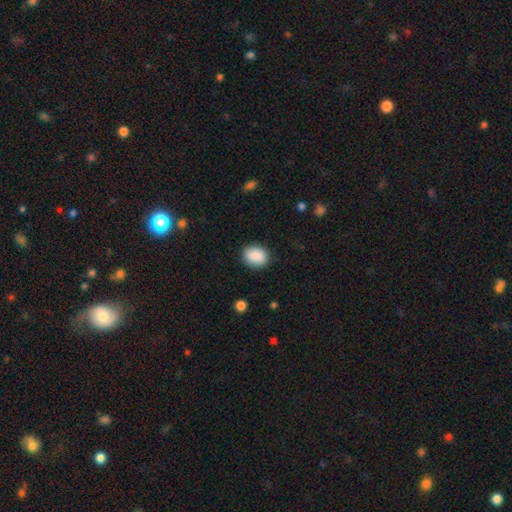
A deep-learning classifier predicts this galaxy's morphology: type=smooth (90%); roundness=in between (62%); merging=none (87%).